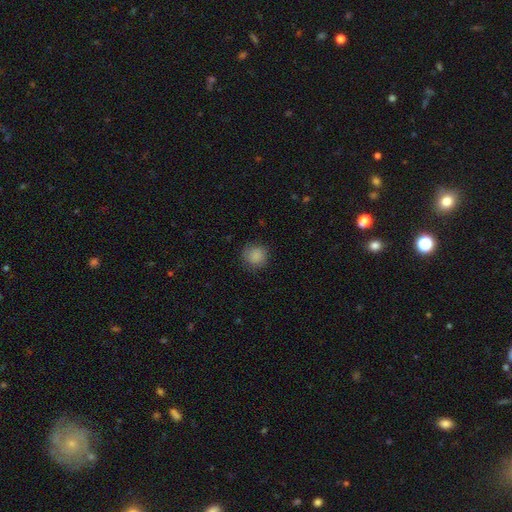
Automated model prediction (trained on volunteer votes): smooth_or_featured: smooth (p=0.87) [alt: star or artifact p=0.08]
how_rounded: round (p=0.90) [alt: in between p=0.09]
merging: none (p=0.82) [alt: minor disturbance p=0.13]